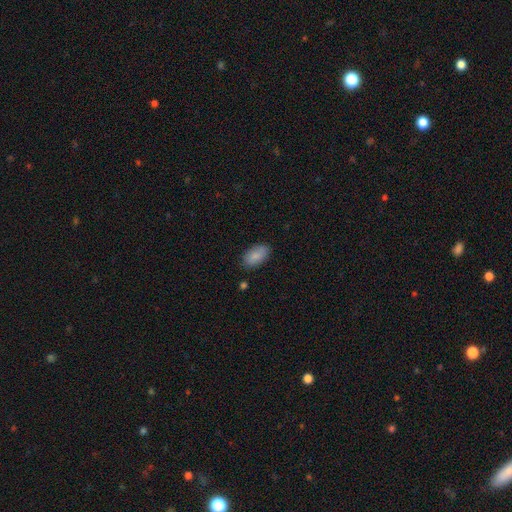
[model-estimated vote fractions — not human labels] Overall: smooth (85%). How rounded: in between (93%). Merging: none (82%).